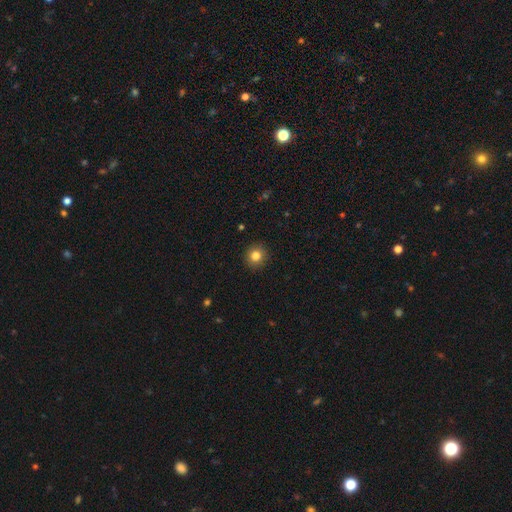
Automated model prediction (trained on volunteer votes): Morphology: type=smooth (83%); roundness=round (90%); merging=none (92%).